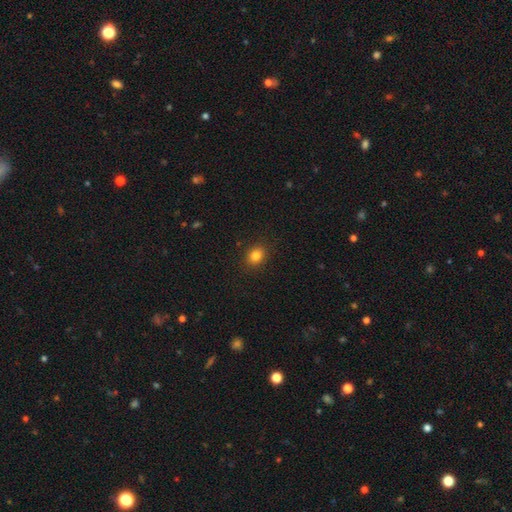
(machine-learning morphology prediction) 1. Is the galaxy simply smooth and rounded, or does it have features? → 83% smooth, 11% star or artifact, 5% featured or disk.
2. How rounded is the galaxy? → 50% in between, 49% round, 1% cigar-shaped.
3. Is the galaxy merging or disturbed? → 89% none, 7% minor disturbance, 2% major disturbance, 1% merger.